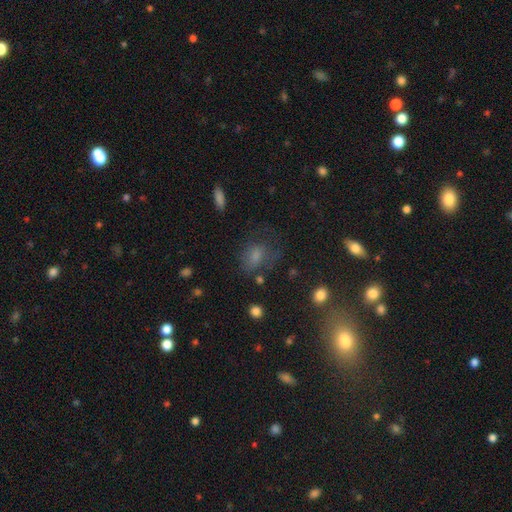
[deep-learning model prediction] Smooth or featured?
  - smooth: 63% *
  - featured or disk: 19%
  - star or artifact: 18%
How rounded?
  - in between: 65% *
  - round: 33%
  - cigar-shaped: 2%
Merging?
  - none: 46% *
  - major disturbance: 26%
  - minor disturbance: 24%
  - merger: 4%